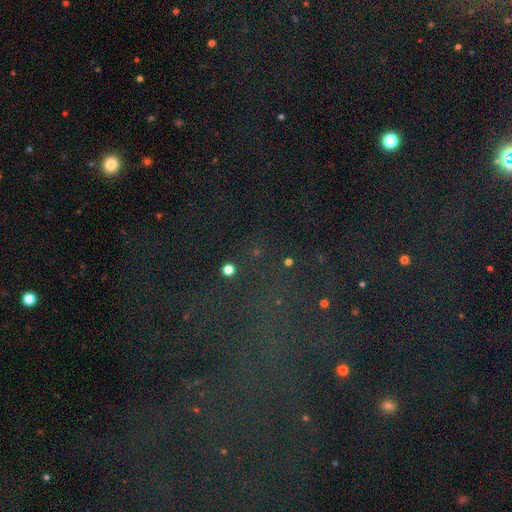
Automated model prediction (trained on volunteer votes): A star or artifact, not a galaxy (79%).

Vote fractions:
- Smooth or featured? star or artifact: 79% / smooth: 13% / featured or disk: 8%